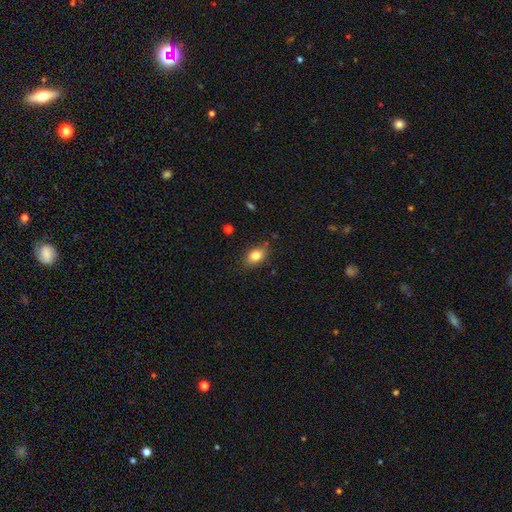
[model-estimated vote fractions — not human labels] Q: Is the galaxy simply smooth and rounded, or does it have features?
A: smooth — 81%.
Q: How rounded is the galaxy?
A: in between — 80%.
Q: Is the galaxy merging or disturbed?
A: none — 80%.